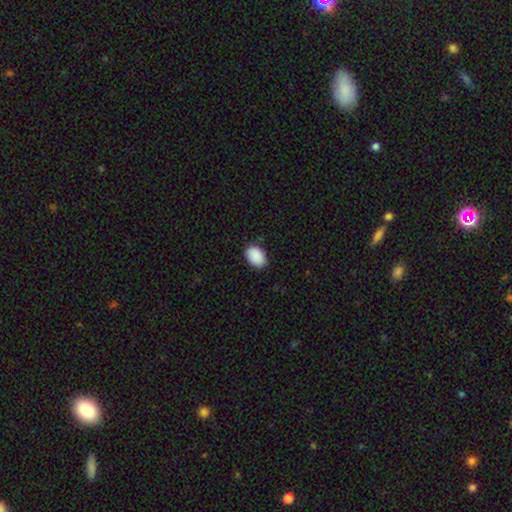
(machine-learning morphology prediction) type=smooth (91%); roundness=in between (84%); merging=none (86%).